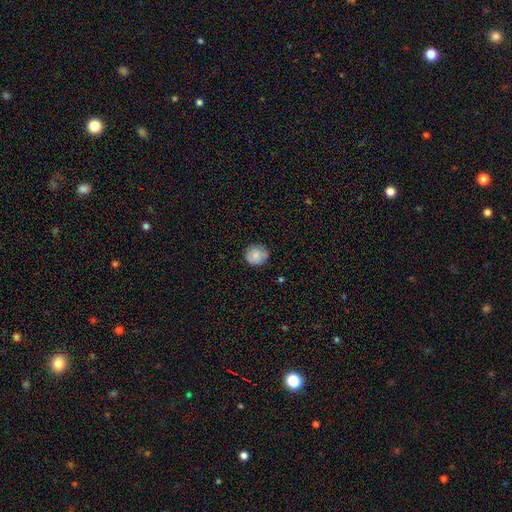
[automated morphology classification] smooth 81%, featured or disk 10%, star or artifact 8%. Down the decision tree: how rounded — round (82%); merging — none (78%).